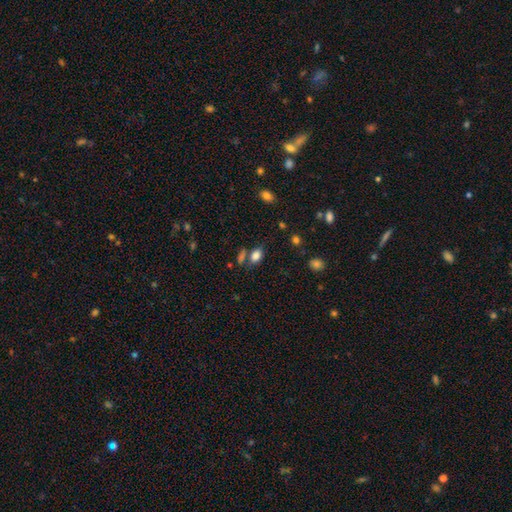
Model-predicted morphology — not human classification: A smooth galaxy with no disk features (81%) that is in between round and cigar-shaped (84%). Merging: none (64%).